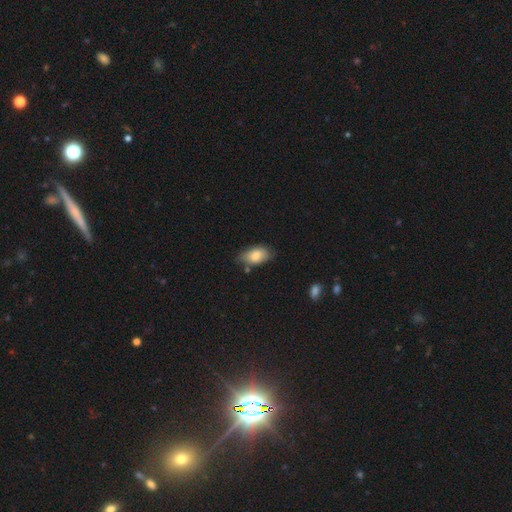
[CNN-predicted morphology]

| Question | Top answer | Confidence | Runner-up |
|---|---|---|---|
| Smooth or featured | smooth | 81% | featured or disk (12%) |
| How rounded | in between | 91% | round (6%) |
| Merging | none | 65% | minor disturbance (26%) |